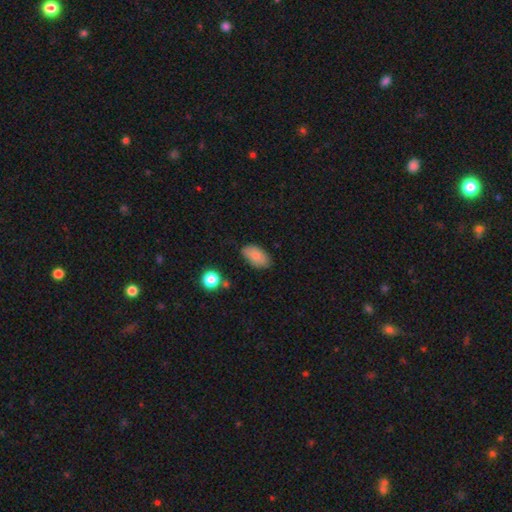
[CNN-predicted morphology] Smooth or featured? smooth (84%)
How rounded? in between (93%)
Merging? none (77%)